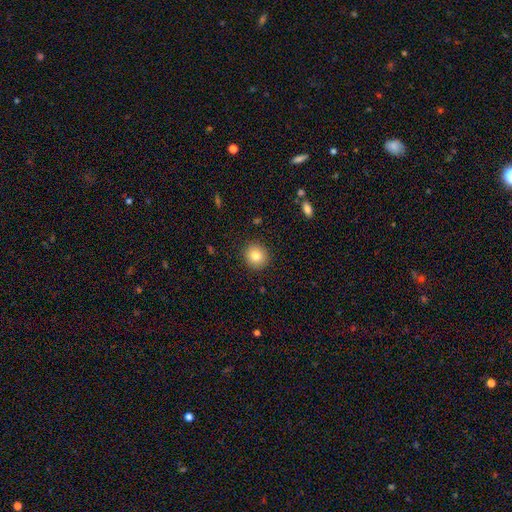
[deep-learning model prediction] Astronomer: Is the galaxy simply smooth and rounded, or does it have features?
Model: smooth — 82%.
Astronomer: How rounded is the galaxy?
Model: round — 91%.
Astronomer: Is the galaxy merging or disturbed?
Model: none — 91%.